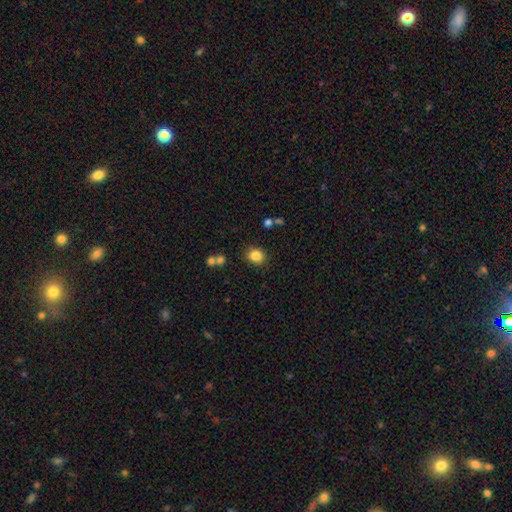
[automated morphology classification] smooth_or_featured: smooth (p=0.84) [alt: star or artifact p=0.11]
how_rounded: round (p=0.76) [alt: in between p=0.23]
merging: none (p=0.85) [alt: minor disturbance p=0.09]